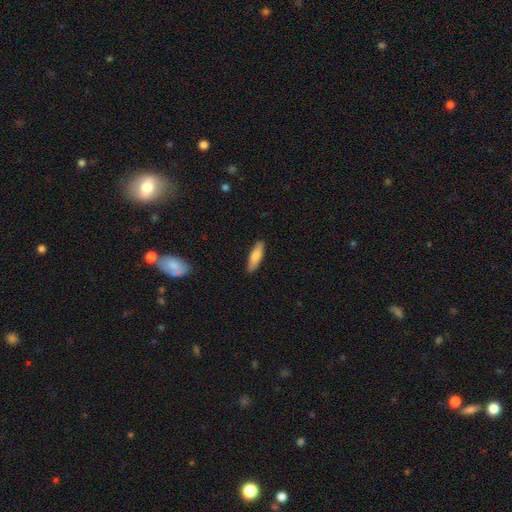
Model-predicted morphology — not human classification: This appears to be a smooth galaxy with no disk features (81%) that is cigar-shaped (60%). Merging: none (89%).